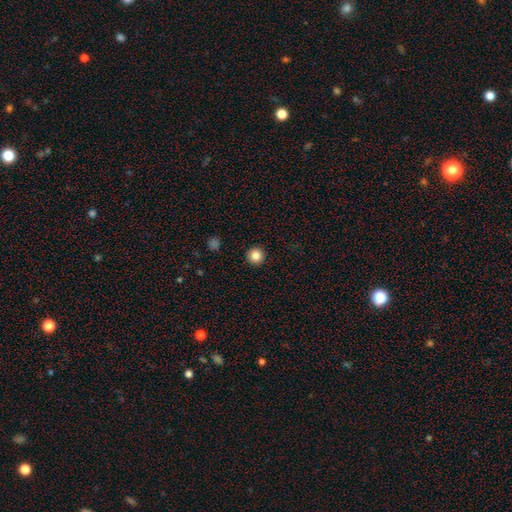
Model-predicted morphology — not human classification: This appears to be a smooth galaxy with no disk features (85%) that is round (96%). Merging: none (94%).